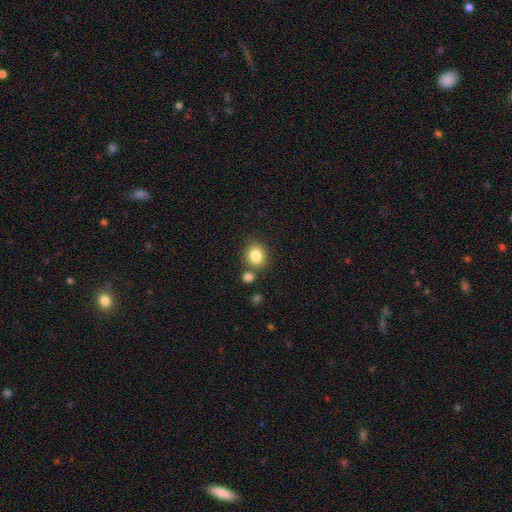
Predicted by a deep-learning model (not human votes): This appears to be a smooth galaxy with no disk features (83%) that is round (73%). Merging: none (72%).